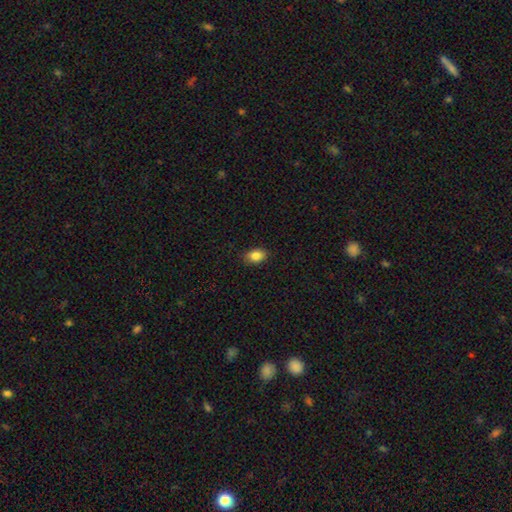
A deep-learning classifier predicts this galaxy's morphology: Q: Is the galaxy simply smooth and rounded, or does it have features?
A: smooth — 85%.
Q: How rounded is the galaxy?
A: in between — 82%.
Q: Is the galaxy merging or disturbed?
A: none — 87%.